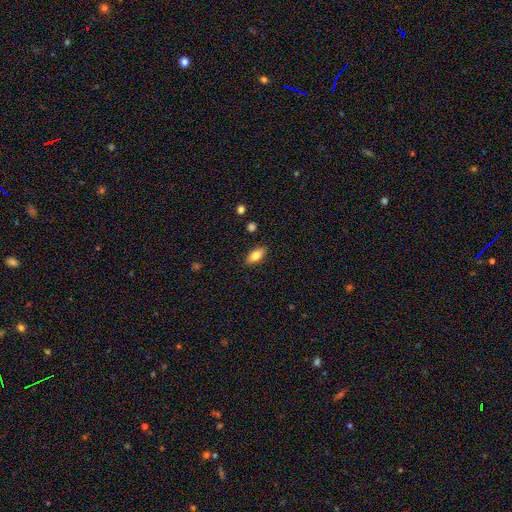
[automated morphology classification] smooth_or_featured: smooth (p=0.77) [alt: featured or disk p=0.16]
how_rounded: in between (p=0.83) [alt: cigar-shaped p=0.14]
merging: none (p=0.87) [alt: minor disturbance p=0.10]